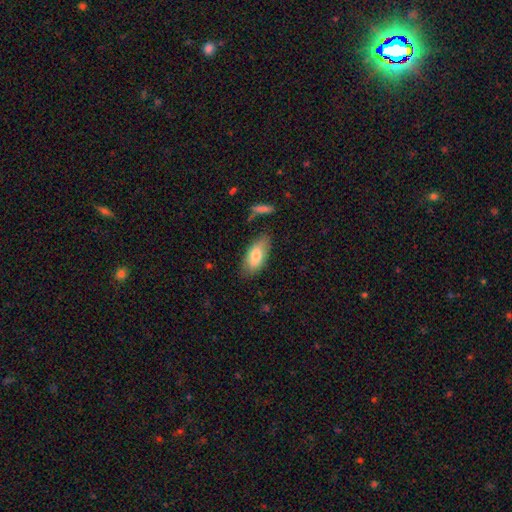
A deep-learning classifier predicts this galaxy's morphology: smooth-or-featured: smooth: 79% | featured or disk: 14% | star or artifact: 6%
  how-rounded: in between: 88% | cigar-shaped: 9% | round: 3%
  merging: none: 74% | minor disturbance: 18% | major disturbance: 4% | merger: 4%